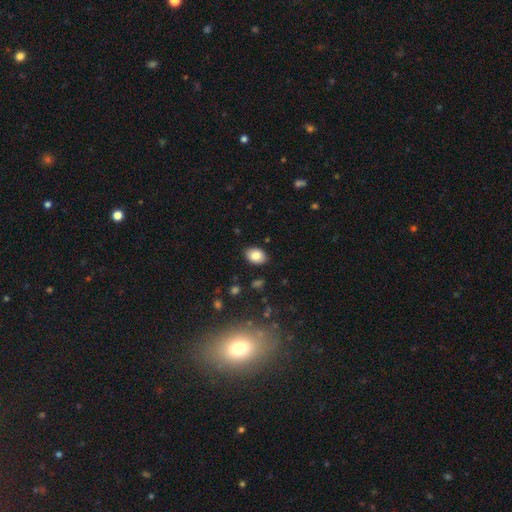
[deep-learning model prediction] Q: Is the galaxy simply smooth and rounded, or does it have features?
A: smooth — 85%.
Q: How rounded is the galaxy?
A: in between — 83%.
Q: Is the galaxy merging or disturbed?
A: none — 86%.